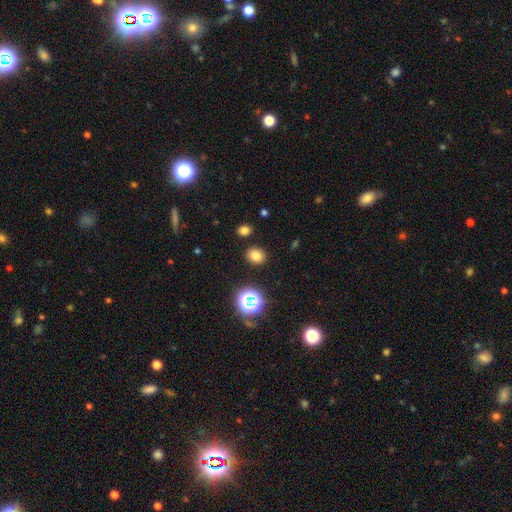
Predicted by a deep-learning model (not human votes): Overall: smooth (76%). How rounded: round (55%; in between 45%). Merging: none (87%).